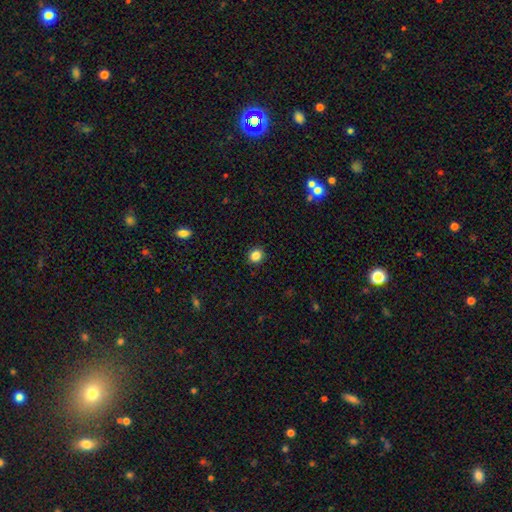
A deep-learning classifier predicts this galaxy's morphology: Overall: smooth (85%). How rounded: round (85%). Merging: none (92%).